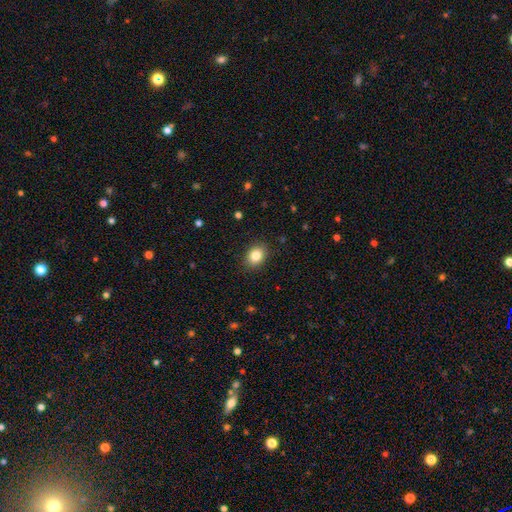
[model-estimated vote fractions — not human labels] Q: Smooth or featured?
A: smooth (84%); runner-up: star or artifact (9%)
Q: How rounded?
A: in between (61%); runner-up: round (38%)
Q: Merging?
A: none (88%); runner-up: minor disturbance (8%)